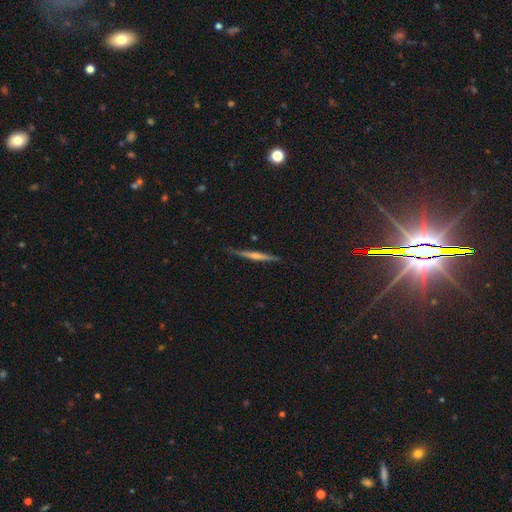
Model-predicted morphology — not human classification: Smooth or featured?
  - featured or disk: 69% *
  - smooth: 20%
  - star or artifact: 12%
Edge-on disk?
  - yes: 97% *
  - no: 3%
Edge-on bulge?
  - rounded: 70% *
  - none: 21%
  - boxy: 9%
Merging?
  - none: 88% *
  - minor disturbance: 9%
  - major disturbance: 2%
  - merger: 1%